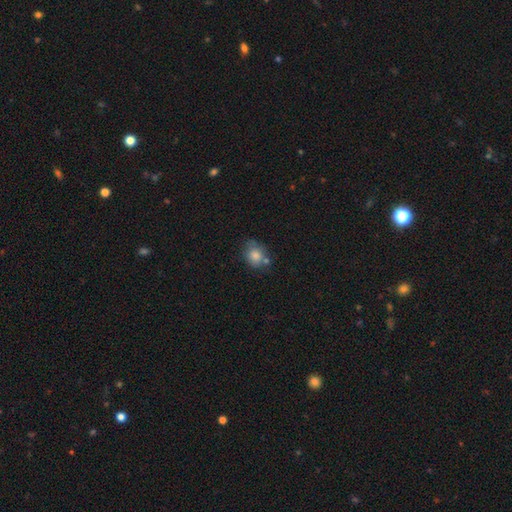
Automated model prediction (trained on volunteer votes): Morphology: type=smooth (80%); roundness=round (61%); merging=none (55%).